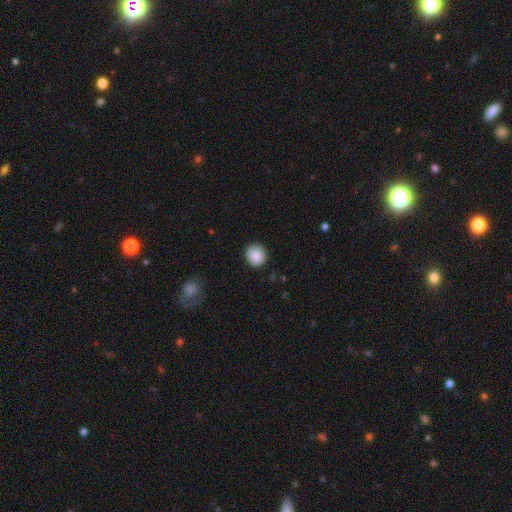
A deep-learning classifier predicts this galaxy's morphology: smooth-or-featured: smooth: 88% | star or artifact: 8% | featured or disk: 5%
  how-rounded: round: 91% | in between: 8% | cigar-shaped: 1%
  merging: none: 88% | minor disturbance: 9% | major disturbance: 2% | merger: 1%